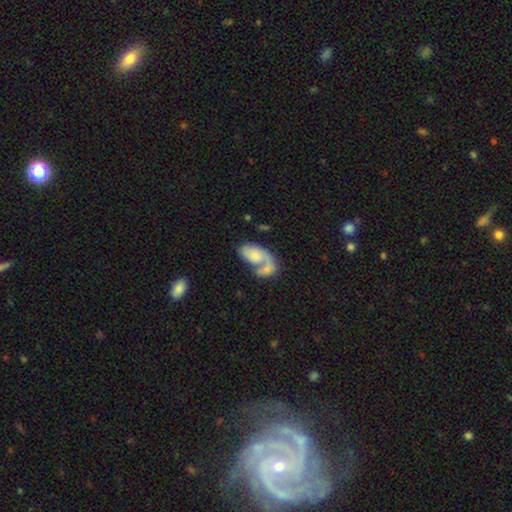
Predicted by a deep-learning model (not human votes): Smooth or featured? Predicted: featured or disk (p=0.52). Edge-on disk? Predicted: no (p=0.96). Merging? Predicted: merger (p=0.57).